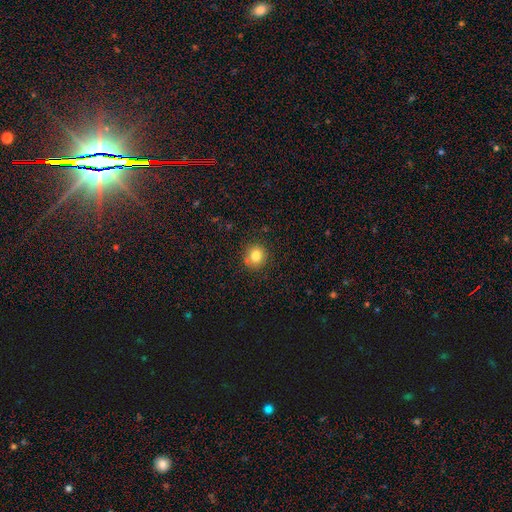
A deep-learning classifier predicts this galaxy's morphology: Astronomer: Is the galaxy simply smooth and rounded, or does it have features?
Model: smooth — 81%.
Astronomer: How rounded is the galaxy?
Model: round — 90%.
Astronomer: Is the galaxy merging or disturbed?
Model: none — 87%.